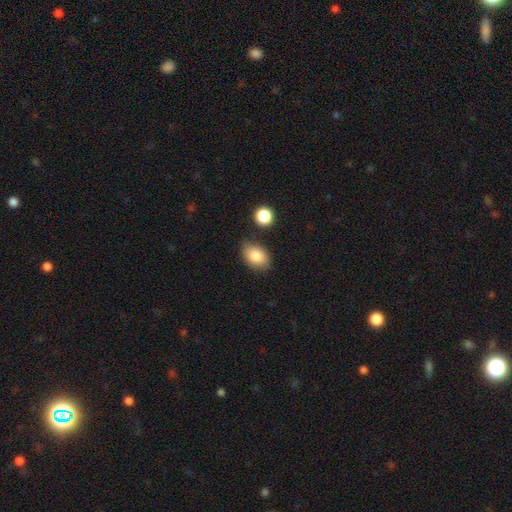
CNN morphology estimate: A smooth galaxy with no disk features (85%) that is in between round and cigar-shaped (81%).

Vote fractions:
- Smooth or featured? smooth: 85% / star or artifact: 8% / featured or disk: 7%
- How rounded? in between: 81% / round: 18% / cigar-shaped: 1%
- Merging? none: 78% / minor disturbance: 14% / merger: 5% / major disturbance: 3%